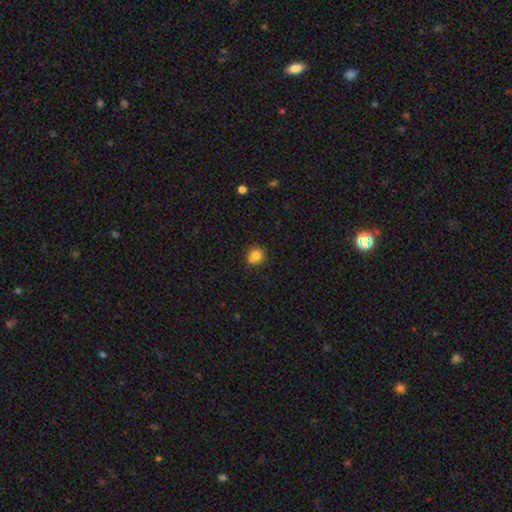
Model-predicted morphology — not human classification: A smooth galaxy with no disk features (79%) that is round (83%).

Vote fractions:
- Smooth or featured? smooth: 79% / star or artifact: 11% / featured or disk: 10%
- How rounded? round: 83% / in between: 16% / cigar-shaped: 1%
- Merging? none: 63% / merger: 18% / minor disturbance: 16% / major disturbance: 4%